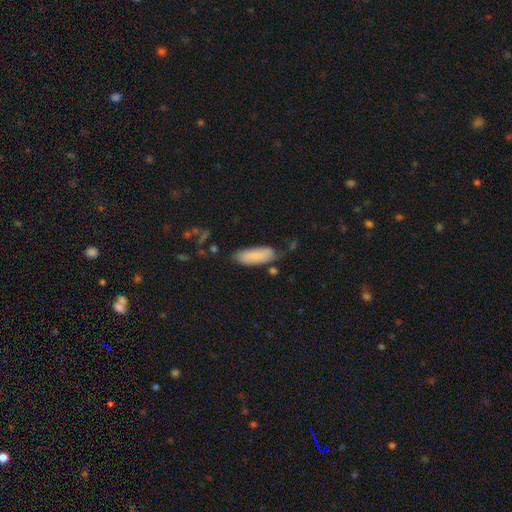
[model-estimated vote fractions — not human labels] A smooth galaxy with no disk features (84%) that is in between round and cigar-shaped (68%). Merging: none (61%).